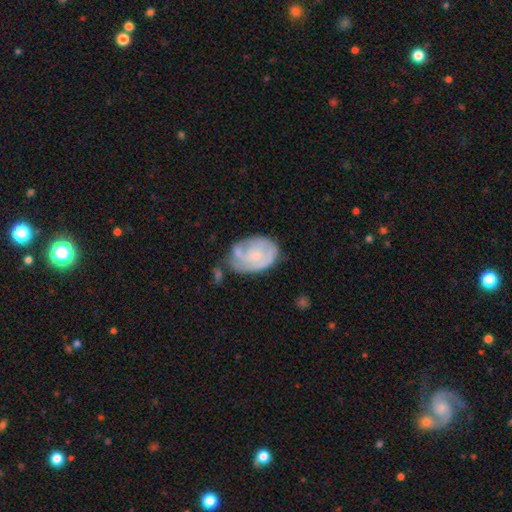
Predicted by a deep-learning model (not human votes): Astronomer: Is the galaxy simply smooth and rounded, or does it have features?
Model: featured or disk — 57% (runner-up: smooth, 37%).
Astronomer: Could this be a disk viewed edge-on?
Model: no — 97%.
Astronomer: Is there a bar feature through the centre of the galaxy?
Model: no — 78%.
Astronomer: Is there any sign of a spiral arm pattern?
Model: yes — 67%.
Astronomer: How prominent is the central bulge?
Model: small — 52% (runner-up: moderate, 28%).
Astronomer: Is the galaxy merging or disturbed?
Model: none — 42% (runner-up: minor disturbance, 33%).